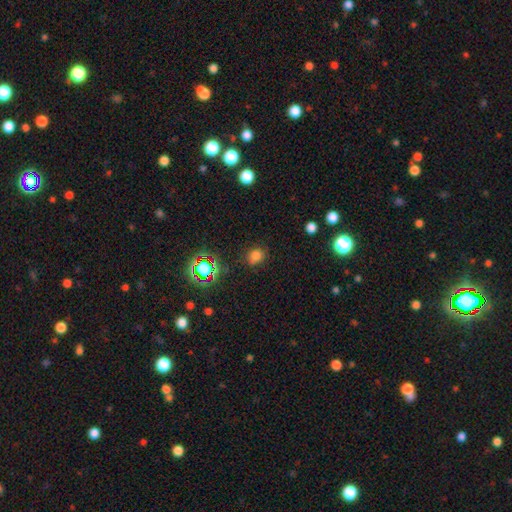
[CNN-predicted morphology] Overall: smooth (72%). How rounded: round (63%; in between 36%). Merging: none (78%).